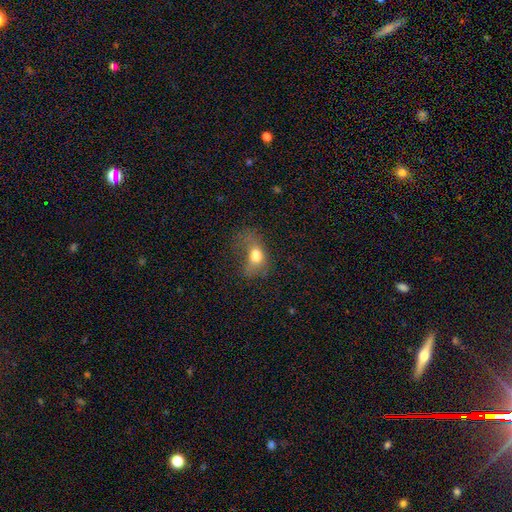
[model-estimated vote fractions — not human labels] Overall: smooth (65%). How rounded: in between (77%). Merging: major disturbance (56%; minor disturbance 20%).